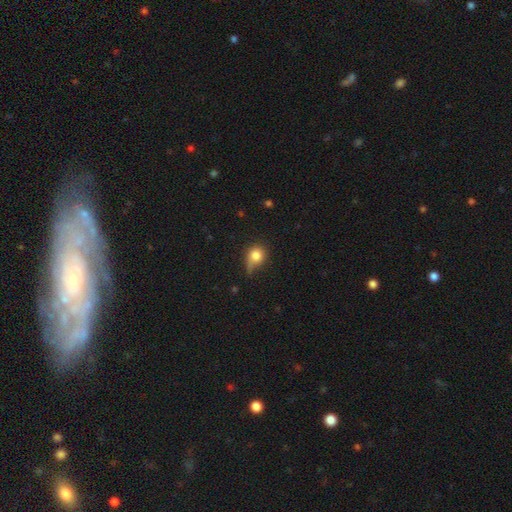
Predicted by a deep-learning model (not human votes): Morphology: type=smooth (80%); roundness=round (77%); merging=none (43%).